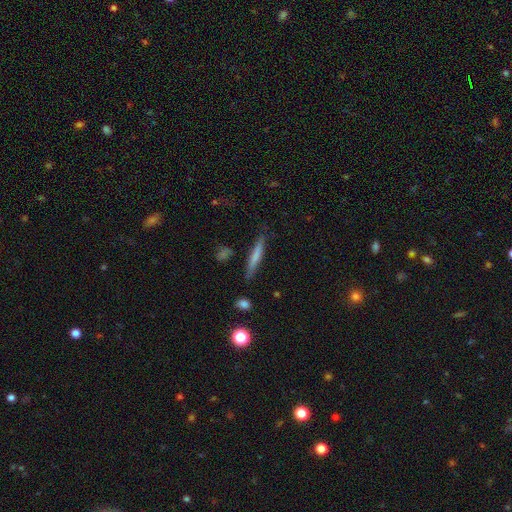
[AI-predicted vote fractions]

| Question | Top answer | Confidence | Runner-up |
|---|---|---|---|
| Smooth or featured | smooth | 63% | featured or disk (30%) |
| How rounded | cigar-shaped | 94% | in between (4%) |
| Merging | none | 83% | minor disturbance (12%) |